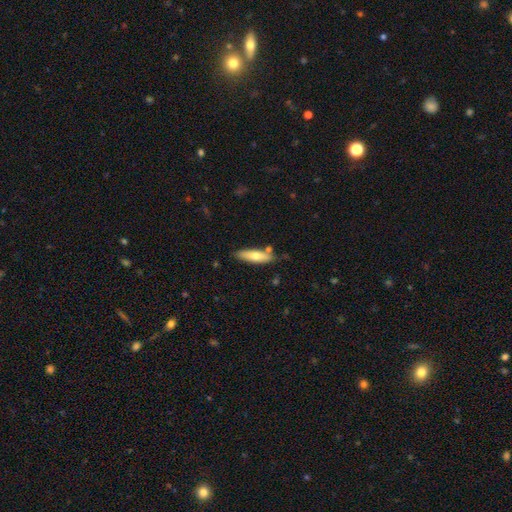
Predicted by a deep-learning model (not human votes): The model was most divided on "smooth or featured": smooth: 65%, featured or disk: 29%, star or artifact: 6%. More confident: merging — none (79%); how rounded — cigar-shaped (69%).